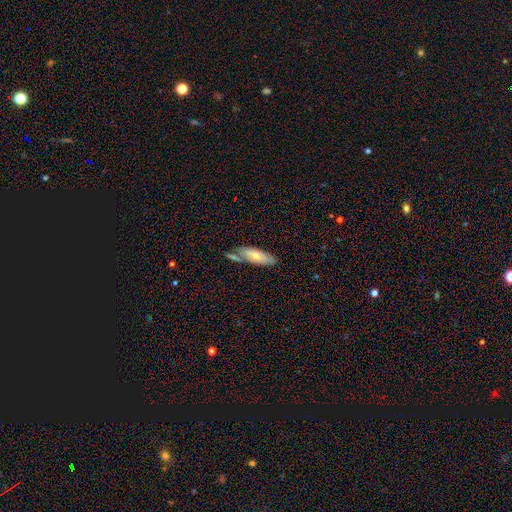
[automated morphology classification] Smooth or featured? Predicted: smooth (p=0.65). How rounded? Predicted: in between (p=0.62). Merging? Predicted: none (p=0.57).